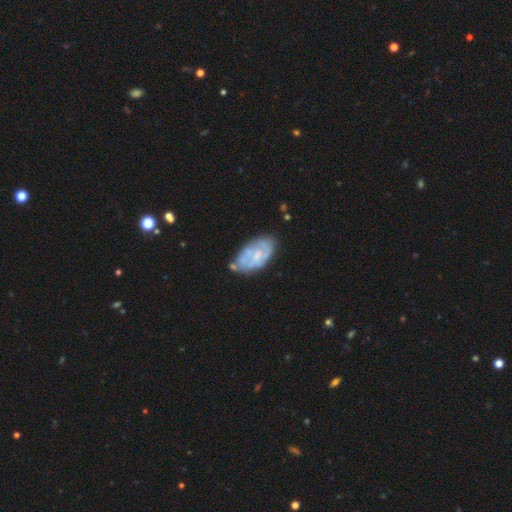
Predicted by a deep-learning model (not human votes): The model was most divided on "spiral arms": yes: 54%, no: 46%. Remaining: edge-on disk — no (95%); bar — no (61%); smooth or featured — featured or disk (60%); merging — none (59%); bulge size — small (40%).